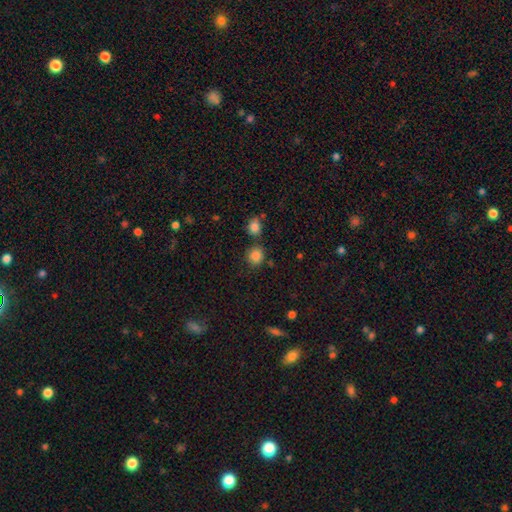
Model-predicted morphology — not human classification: The model was most divided on "merging": none: 75%, minor disturbance: 11%, merger: 11%, major disturbance: 3%. More confident: smooth or featured — smooth (85%); how rounded — round (83%).